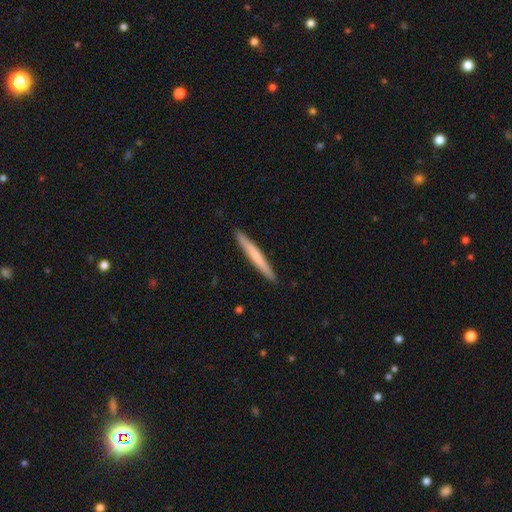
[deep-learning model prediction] Smooth or featured? Predicted: smooth (p=0.59). How rounded? Predicted: cigar-shaped (p=0.97). Merging? Predicted: none (p=0.93).